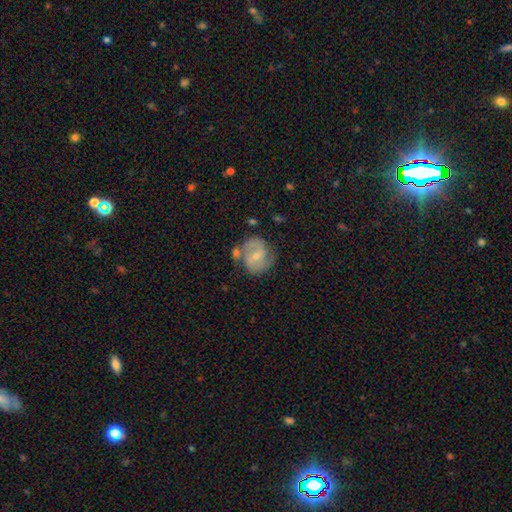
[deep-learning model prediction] This is likely a featured or disk galaxy (62%). It is clearly not viewed edge-on (97%). Bar: possibly weak (47%). Spiral arm pattern: clearly yes (84%). Spiral arm count: likely 2 (79%). Spiral winding: possibly medium (49%). Central bulge: possibly small (59%). Merging: possibly none (57%).